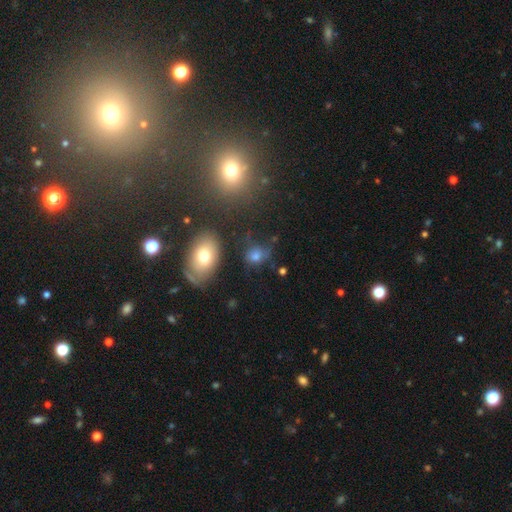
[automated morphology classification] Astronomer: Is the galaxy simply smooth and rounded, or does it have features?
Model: smooth — 66%.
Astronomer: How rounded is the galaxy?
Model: round — 54% (runner-up: in between, 44%).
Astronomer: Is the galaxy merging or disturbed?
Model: none — 59%.